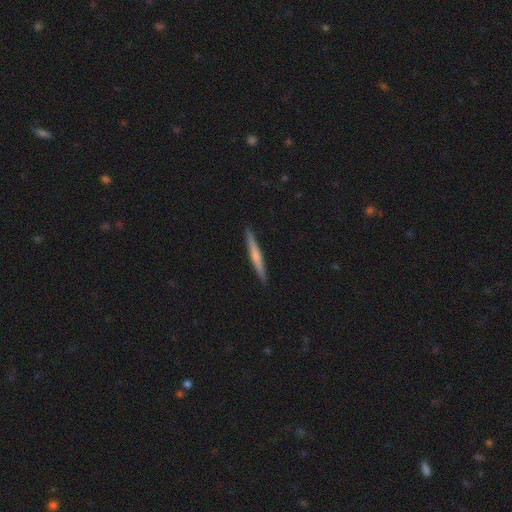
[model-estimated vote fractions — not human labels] Smooth or featured? smooth (50%)
How rounded? cigar-shaped (96%)
Merging? none (92%)